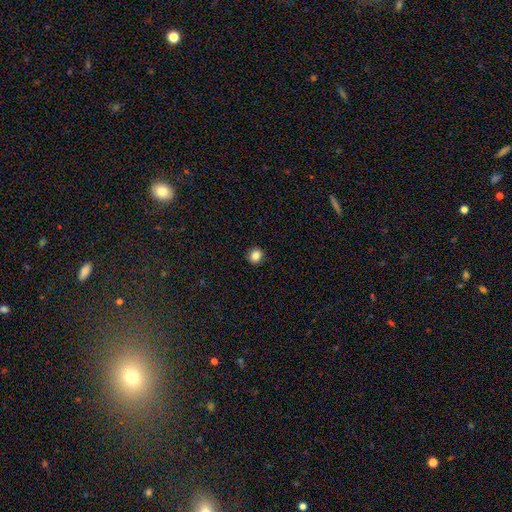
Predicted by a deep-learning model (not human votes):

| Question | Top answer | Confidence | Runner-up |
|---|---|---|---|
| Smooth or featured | smooth | 85% | star or artifact (11%) |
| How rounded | round | 81% | in between (18%) |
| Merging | none | 92% | minor disturbance (6%) |